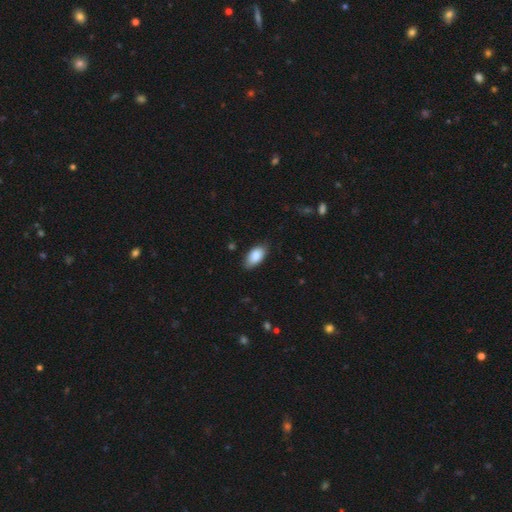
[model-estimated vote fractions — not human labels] smooth_or_featured: smooth (p=0.88) [alt: featured or disk p=0.06]
how_rounded: in between (p=0.93) [alt: cigar-shaped p=0.04]
merging: none (p=0.81) [alt: minor disturbance p=0.15]